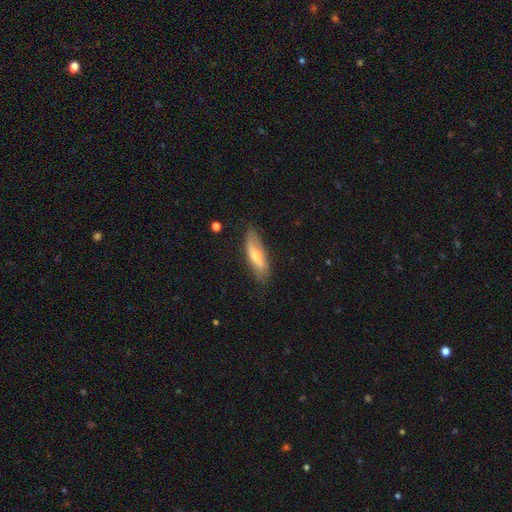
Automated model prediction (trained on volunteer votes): Smooth or featured: smooth — 51% (featured or disk — 42%)
How rounded: cigar-shaped — 52% (in between — 46%)
Merging: none — 76% (minor disturbance — 18%)